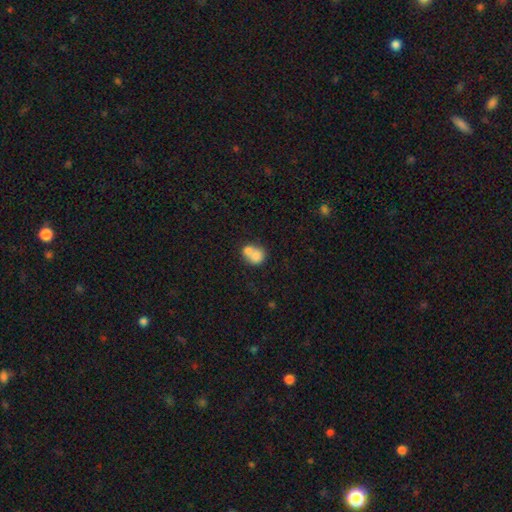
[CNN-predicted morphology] The model was most divided on "merging": merger: 61%, none: 28%, minor disturbance: 7%, major disturbance: 4%. More confident: smooth or featured — smooth (76%); how rounded — round (71%).